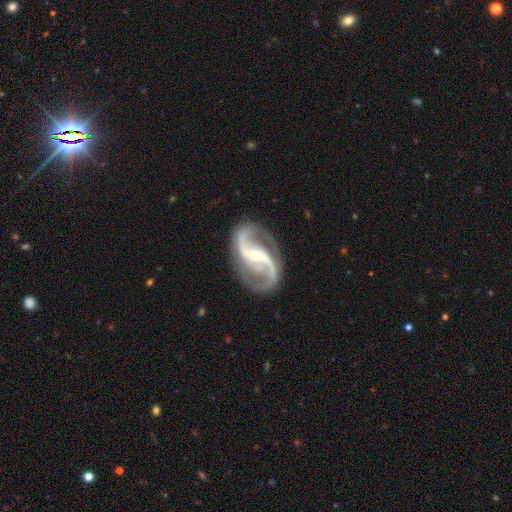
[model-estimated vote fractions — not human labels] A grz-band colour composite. It shows a featured or disk galaxy (93%) with a strong bar (41%), 2 (94%) medium (45%) spiral arms (98%) and a small central bulge (71%). Merging: none (82%).